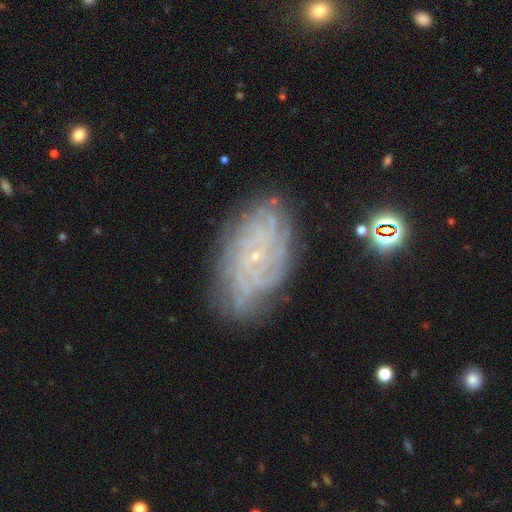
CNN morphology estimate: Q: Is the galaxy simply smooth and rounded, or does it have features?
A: featured or disk — 80%.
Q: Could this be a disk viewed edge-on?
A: no — 96%.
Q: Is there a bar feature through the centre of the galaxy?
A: no — 76%.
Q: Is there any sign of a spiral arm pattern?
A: yes — 95%.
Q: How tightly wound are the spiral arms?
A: tight — 73%.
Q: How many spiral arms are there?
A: can't tell — 34%.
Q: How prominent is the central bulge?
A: small — 87%.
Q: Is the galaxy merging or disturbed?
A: none — 77%.